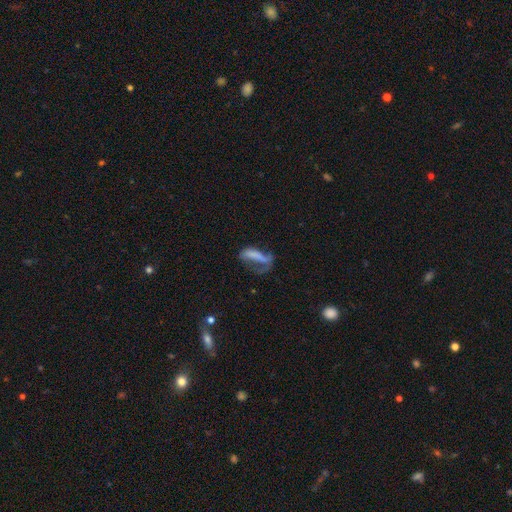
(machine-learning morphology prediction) The model was most divided on "how rounded": in between: 55%, cigar-shaped: 41%, round: 4%. More confident: smooth or featured — smooth (54%); merging — major disturbance (54%).